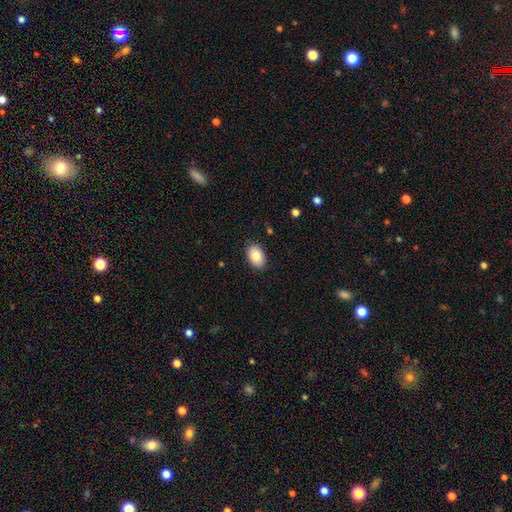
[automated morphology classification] This appears to be a smooth galaxy with no disk features (86%) that is in between round and cigar-shaped (88%). Merging: none (88%).